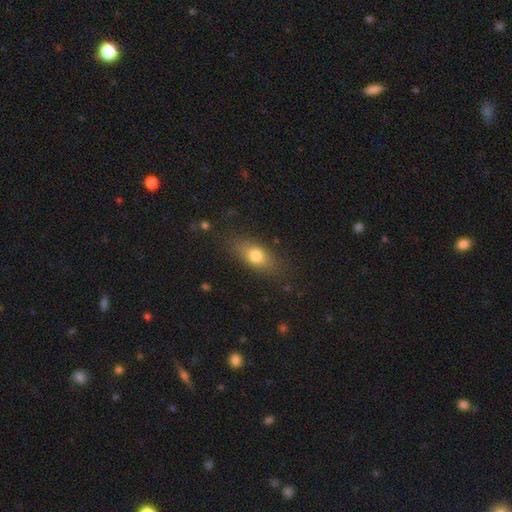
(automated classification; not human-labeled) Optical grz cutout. It shows a smooth galaxy with no disk features (75%) that is in between round and cigar-shaped (76%). Merging: none (80%).